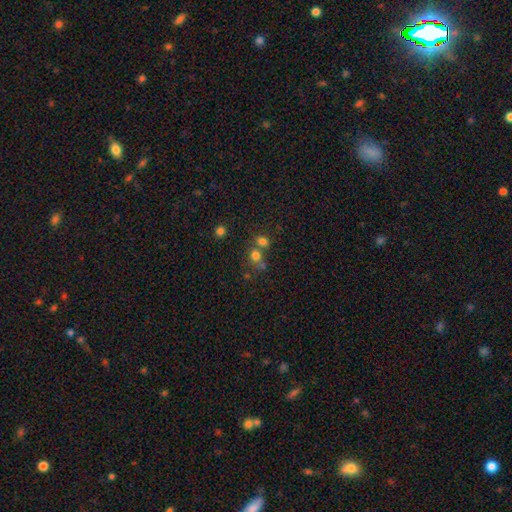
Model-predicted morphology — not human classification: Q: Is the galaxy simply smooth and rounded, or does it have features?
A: smooth — 71%.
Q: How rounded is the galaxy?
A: round — 73%.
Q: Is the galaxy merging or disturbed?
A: none — 45%.